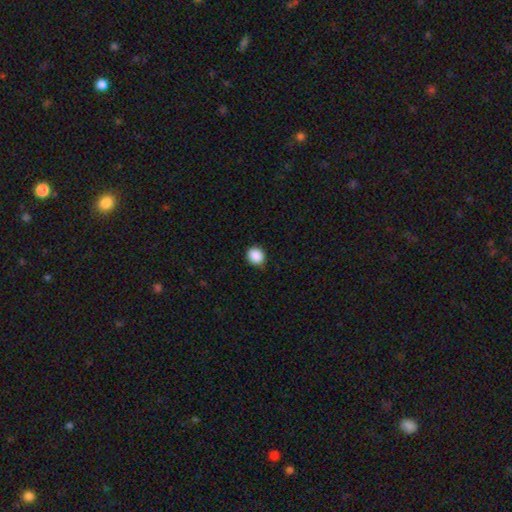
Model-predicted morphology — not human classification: Smooth or featured: smooth — 89% (star or artifact — 9%)
How rounded: round — 79% (in between — 20%)
Merging: none — 86% (minor disturbance — 11%)